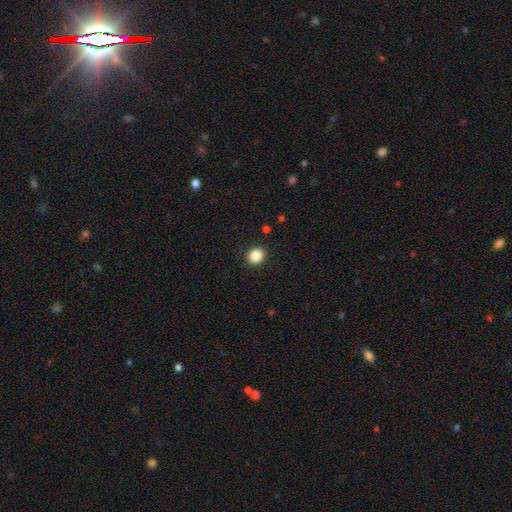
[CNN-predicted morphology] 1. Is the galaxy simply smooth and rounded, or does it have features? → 86% smooth, 10% star or artifact, 4% featured or disk.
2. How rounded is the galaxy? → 78% round, 21% in between, 1% cigar-shaped.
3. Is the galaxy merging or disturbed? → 91% none, 6% minor disturbance, 2% major disturbance, 1% merger.